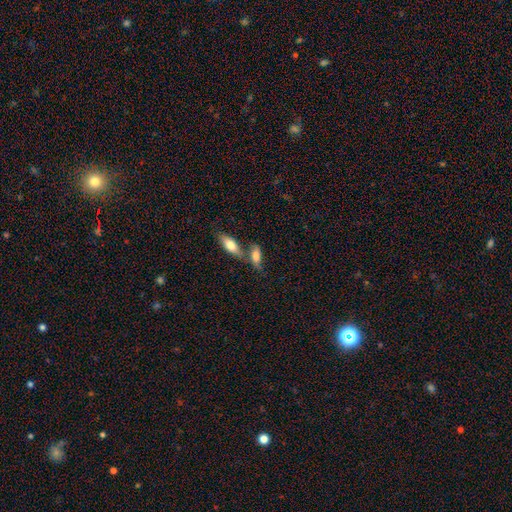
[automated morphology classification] This is likely a smooth galaxy (74%). How rounded: likely in between (75%). Merging: marginally merger (42%).